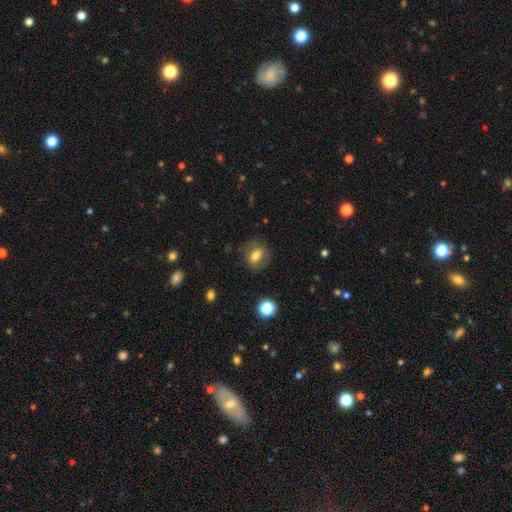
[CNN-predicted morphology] Smooth or featured: smooth — 67% (featured or disk — 23%)
How rounded: round — 51% (in between — 47%)
Merging: none — 78% (minor disturbance — 14%)